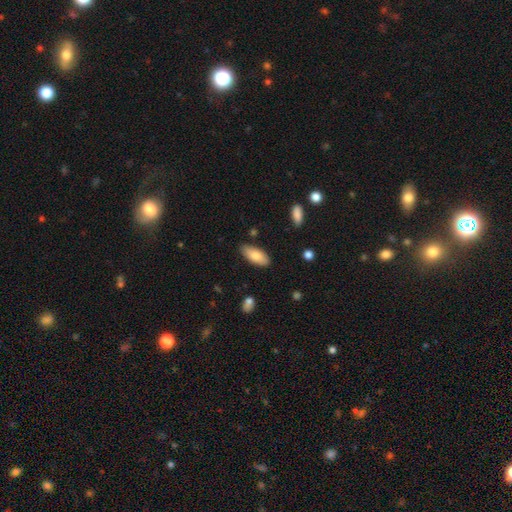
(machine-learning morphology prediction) Smooth or featured: smooth — 80% (featured or disk — 14%)
How rounded: in between — 84% (cigar-shaped — 14%)
Merging: none — 83% (minor disturbance — 13%)